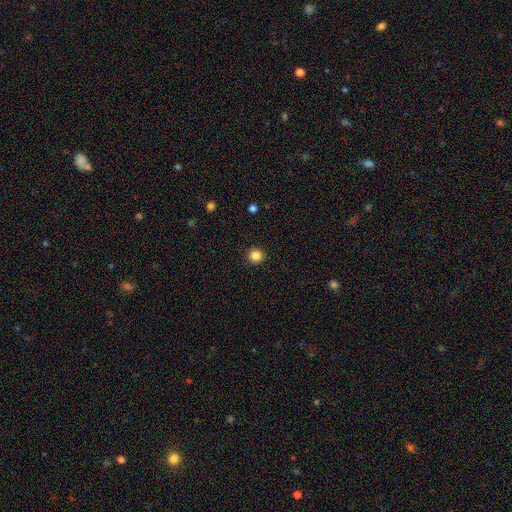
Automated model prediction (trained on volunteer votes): A smooth galaxy with no disk features (85%) that is round (93%).

Vote fractions:
- Smooth or featured? smooth: 85% / star or artifact: 11% / featured or disk: 4%
- How rounded? round: 93% / in between: 6% / cigar-shaped: 1%
- Merging? none: 92% / minor disturbance: 5% / major disturbance: 2% / merger: 1%